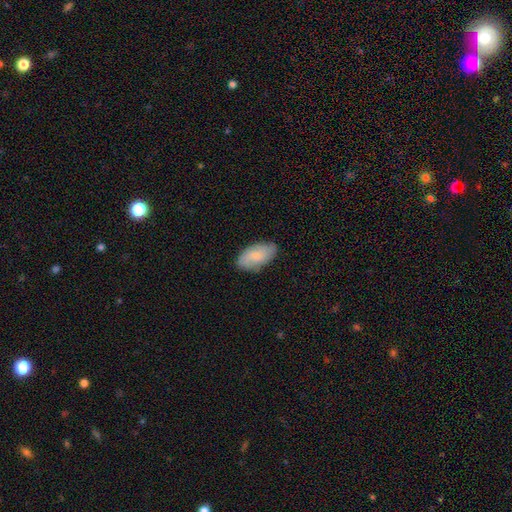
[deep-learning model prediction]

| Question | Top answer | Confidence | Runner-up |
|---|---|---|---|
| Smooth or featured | smooth | 67% | featured or disk (27%) |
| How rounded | in between | 94% | round (3%) |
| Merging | none | 80% | minor disturbance (16%) |